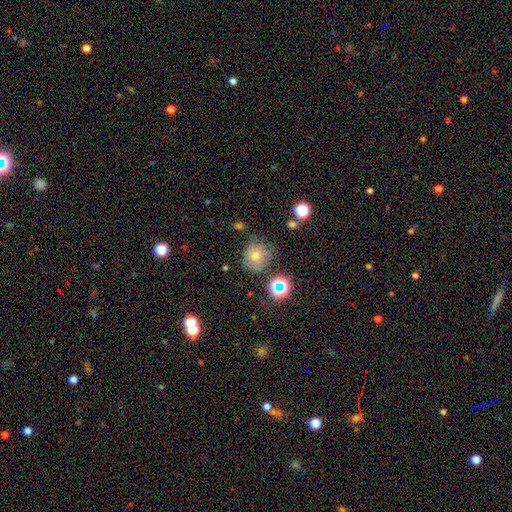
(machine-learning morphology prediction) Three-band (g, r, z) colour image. It shows a smooth galaxy with no disk features (43%). Merging: none (68%).